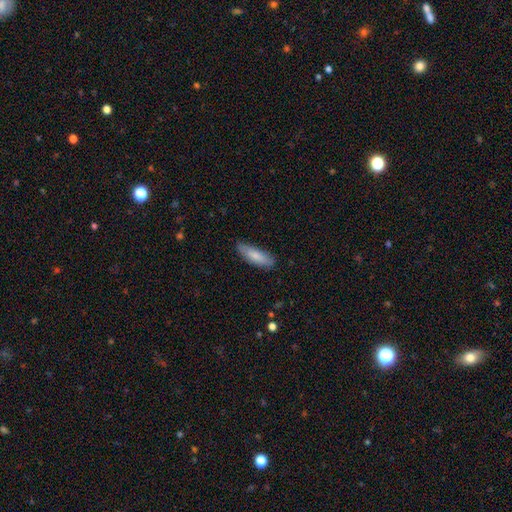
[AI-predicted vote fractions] Smooth or featured? Predicted: smooth (p=0.82). How rounded? Predicted: cigar-shaped (p=0.50). Merging? Predicted: none (p=0.82).